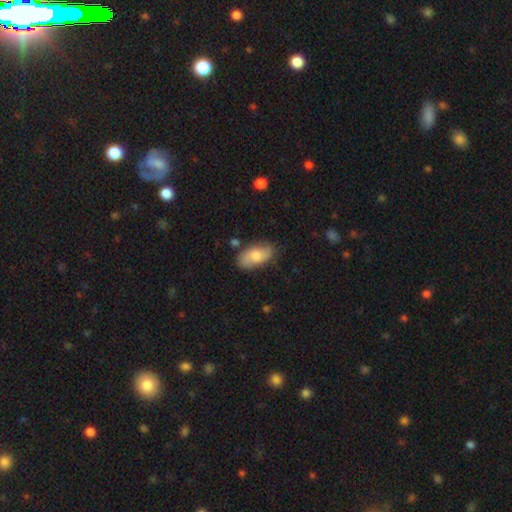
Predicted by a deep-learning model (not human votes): The model was most divided on "smooth or featured": smooth: 62%, featured or disk: 31%, star or artifact: 6%. More confident: how rounded — in between (92%); merging — none (77%).